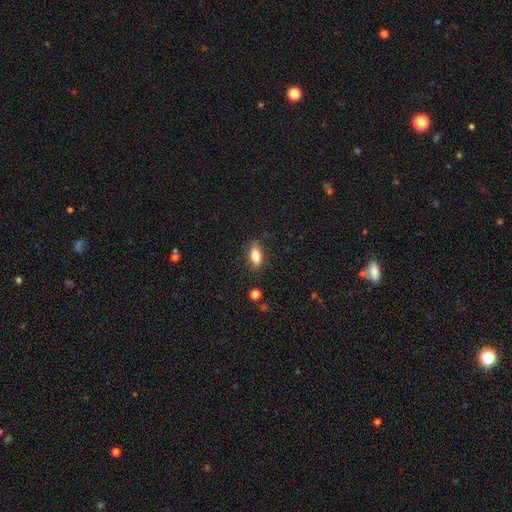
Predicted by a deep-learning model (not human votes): The model was most divided on "smooth or featured": smooth: 78%, featured or disk: 14%, star or artifact: 8%. More confident: merging — none (85%); how rounded — in between (82%).